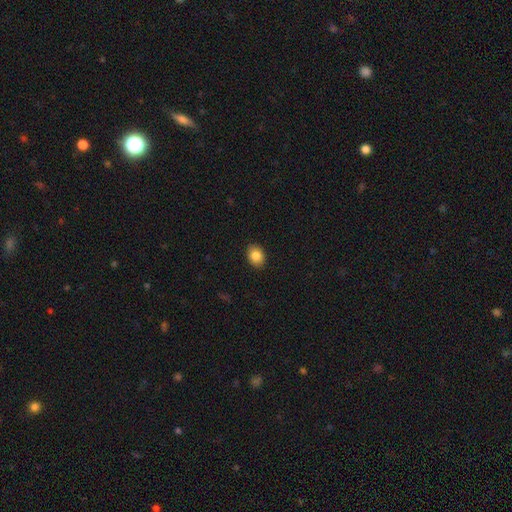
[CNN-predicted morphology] smooth 84%, star or artifact 8%, featured or disk 7%. Down the decision tree: how rounded — in between (64%); merging — none (90%).